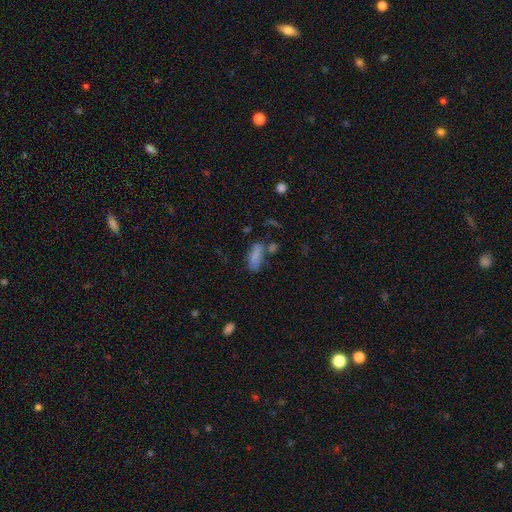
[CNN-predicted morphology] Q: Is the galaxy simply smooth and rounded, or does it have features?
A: smooth — 77%.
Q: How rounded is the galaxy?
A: in between — 73%.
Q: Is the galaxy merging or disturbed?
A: none — 50%.